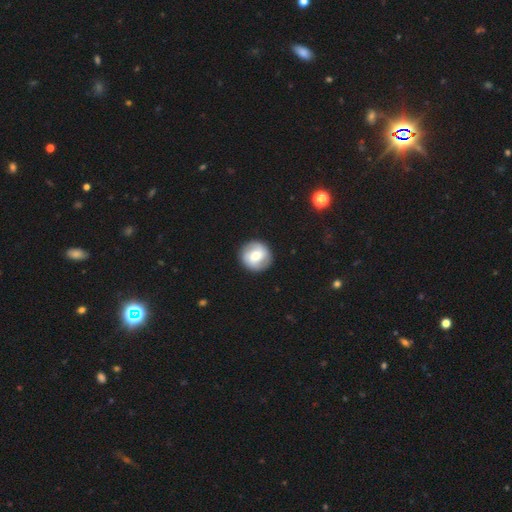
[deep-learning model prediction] Overall: smooth (48%; featured or disk 45%). Merging: none (90%).